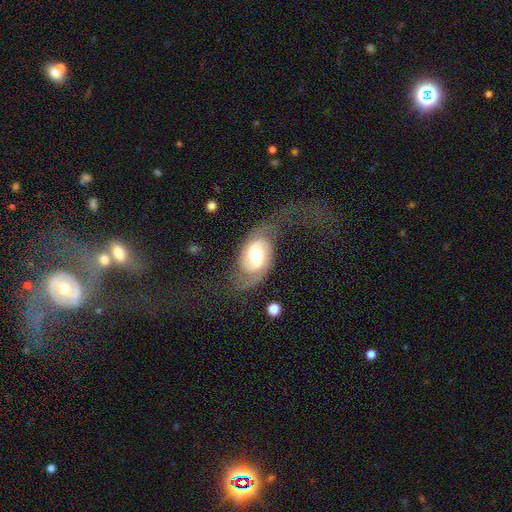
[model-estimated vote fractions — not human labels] Morphology: type=featured or disk (74%); edge-on=no (96%); bar=no (55%); spiral arms=yes (90%); winding=loose (40%); arm count=2 (84%); bulge=moderate (65%); merging=none (45%).